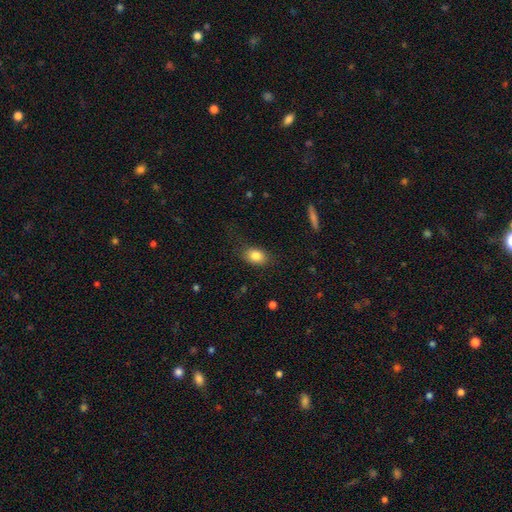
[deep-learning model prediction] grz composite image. It shows a smooth galaxy with no disk features (83%) that is in between round and cigar-shaped (78%). Merging: none (75%).